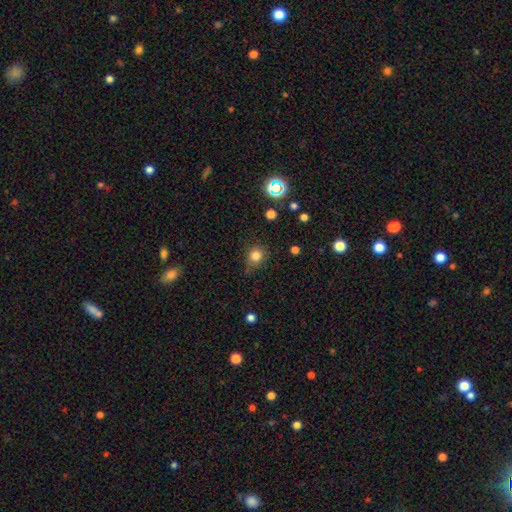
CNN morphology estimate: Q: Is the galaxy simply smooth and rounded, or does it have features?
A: smooth — 80%.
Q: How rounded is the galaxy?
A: round — 78%.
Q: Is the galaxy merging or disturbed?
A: none — 69%.